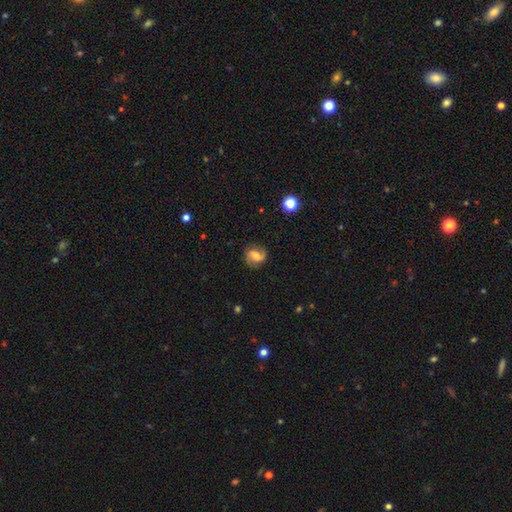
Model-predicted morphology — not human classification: Smooth or featured: featured or disk — 55% (smooth — 35%)
Edge-on disk: no — 97% (yes — 3%)
Bar: weak — 44% (no — 38%)
Spiral arms: yes — 90% (no — 10%)
Bulge size: moderate — 48% (small — 33%)
Merging: none — 78% (minor disturbance — 15%)